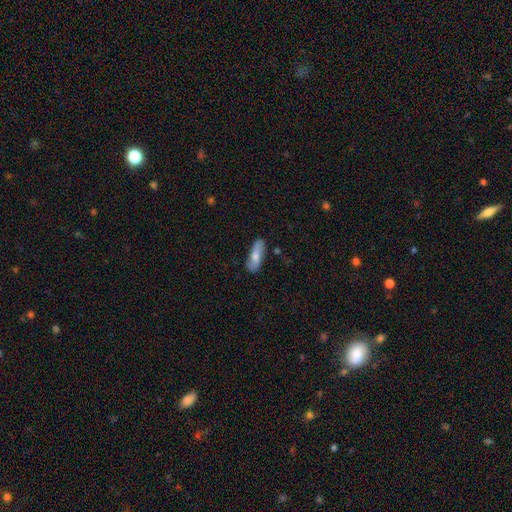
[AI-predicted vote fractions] Morphology: type=smooth (68%); roundness=in between (57%); merging=none (73%).